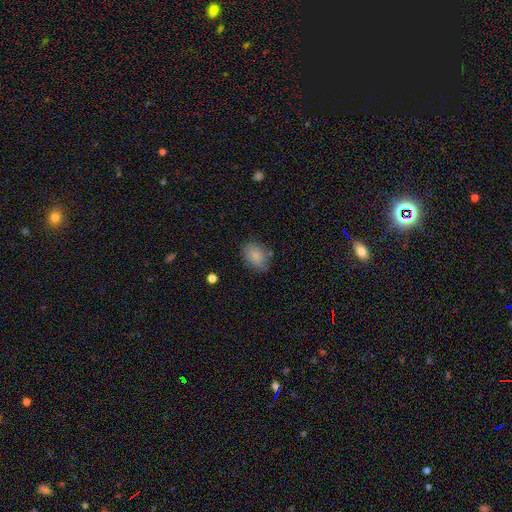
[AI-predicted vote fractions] Morphology: type=smooth (84%); roundness=in between (73%); merging=none (76%).